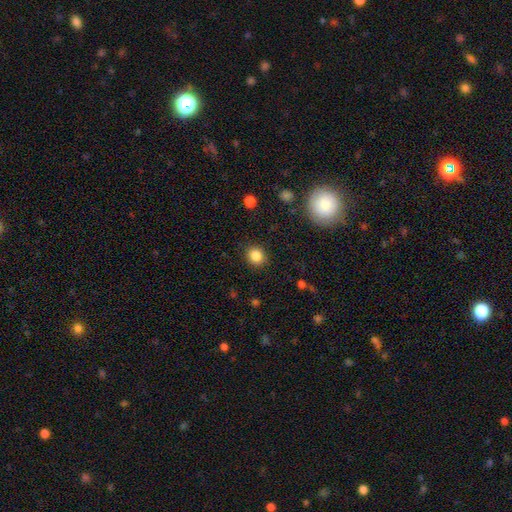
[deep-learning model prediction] Q: Smooth or featured?
A: smooth (85%); runner-up: star or artifact (11%)
Q: How rounded?
A: round (74%); runner-up: in between (25%)
Q: Merging?
A: none (89%); runner-up: minor disturbance (8%)